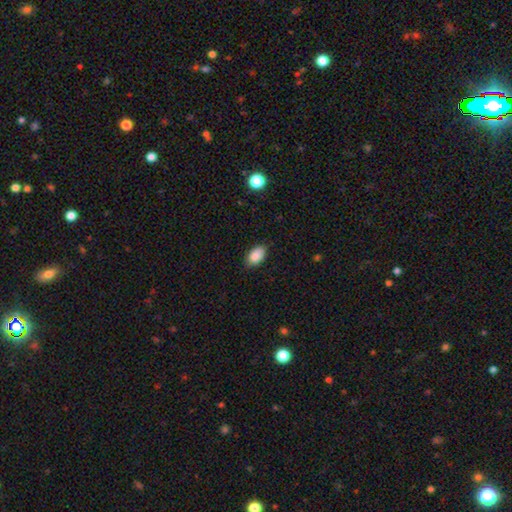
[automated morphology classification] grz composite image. It shows a smooth galaxy with no disk features (88%) that is in between round and cigar-shaped (92%). Merging: none (83%).